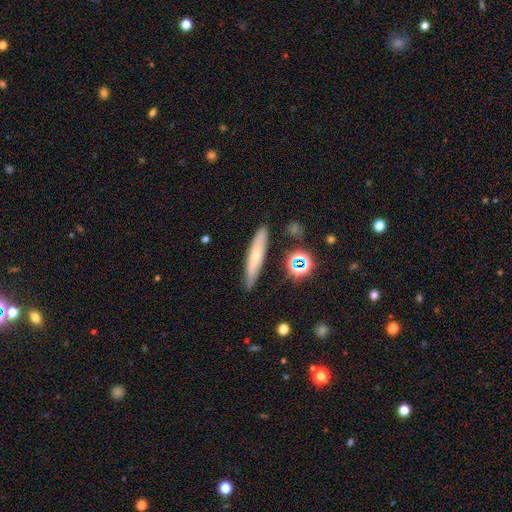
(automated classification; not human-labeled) A smooth galaxy with no disk features (56%) that is cigar-shaped (88%).

Vote fractions:
- Smooth or featured? smooth: 56% / featured or disk: 34% / star or artifact: 10%
- How rounded? cigar-shaped: 88% / in between: 10% / round: 2%
- Merging? none: 83% / minor disturbance: 12% / major disturbance: 2% / merger: 2%